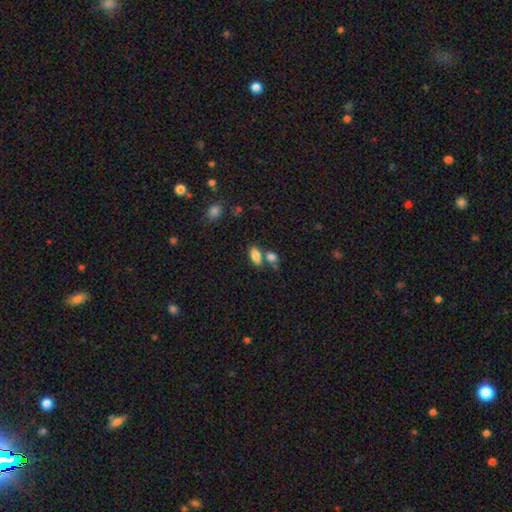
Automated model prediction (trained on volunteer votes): This is clearly a smooth galaxy (84%). How rounded: clearly in between (90%). Merging: possibly none (51%).